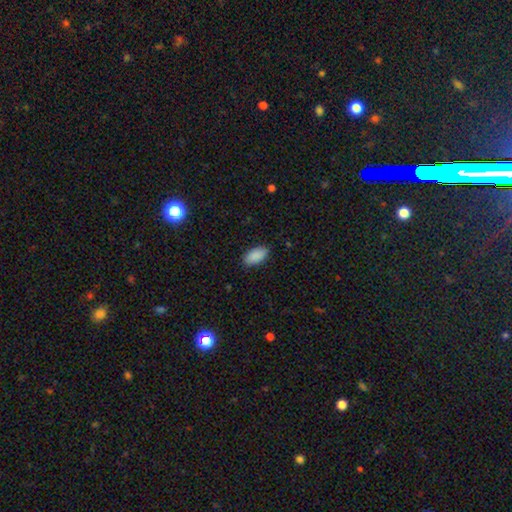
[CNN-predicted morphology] This appears to be a smooth galaxy with no disk features (90%) that is in between round and cigar-shaped (94%). Merging: none (87%).